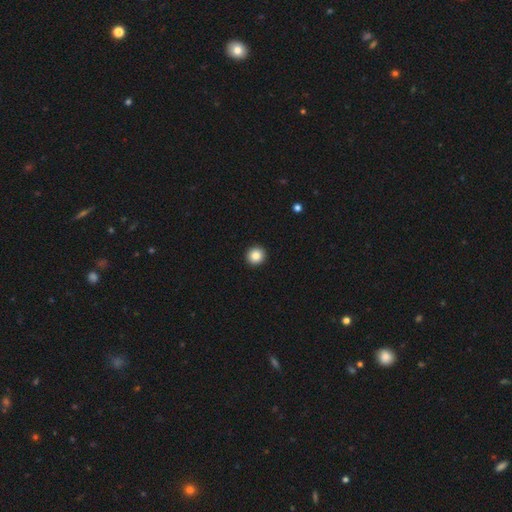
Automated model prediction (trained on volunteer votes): A smooth galaxy with no disk features (86%) that is round (95%).

Vote fractions:
- Smooth or featured? smooth: 86% / star or artifact: 9% / featured or disk: 5%
- How rounded? round: 95% / in between: 4% / cigar-shaped: 1%
- Merging? none: 94% / minor disturbance: 4% / major disturbance: 1% / merger: 1%